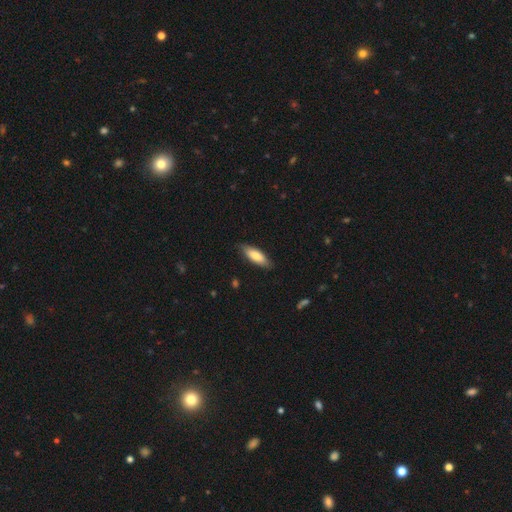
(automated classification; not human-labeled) smooth 76%, featured or disk 18%, star or artifact 6%. Down the decision tree: how rounded — in between (62%); merging — none (84%).